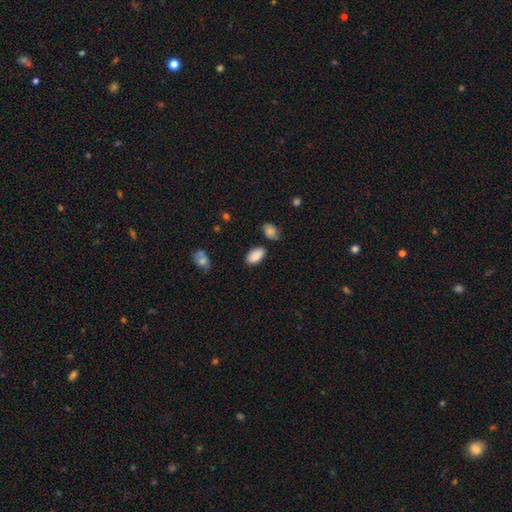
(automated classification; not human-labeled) Morphology: type=smooth (87%); roundness=in between (94%); merging=none (81%).